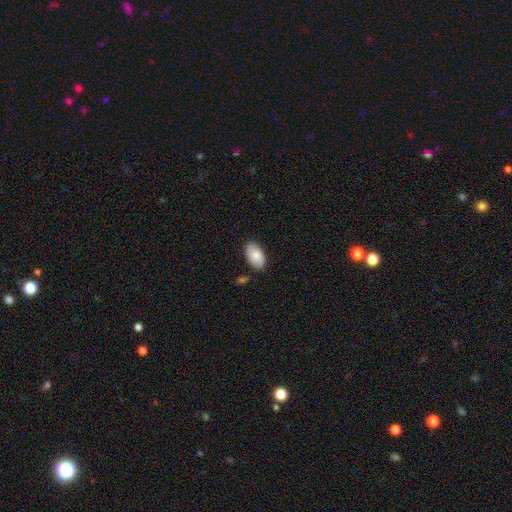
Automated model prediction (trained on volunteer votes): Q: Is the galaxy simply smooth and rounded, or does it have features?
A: smooth — 82%.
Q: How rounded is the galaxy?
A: in between — 94%.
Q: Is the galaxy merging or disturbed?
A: none — 81%.